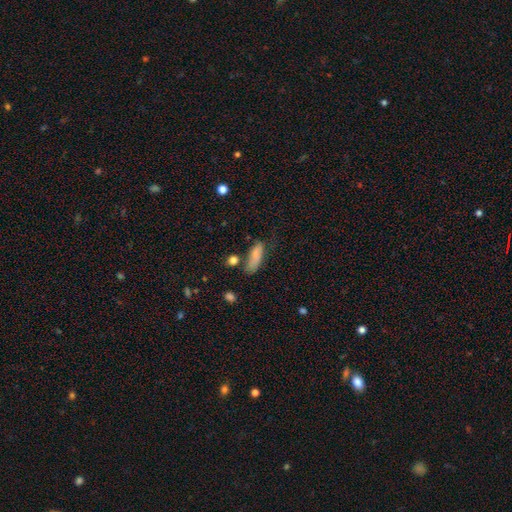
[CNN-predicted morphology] A smooth galaxy with no disk features (79%) that is in between round and cigar-shaped (62%).

Vote fractions:
- Smooth or featured? smooth: 79% / featured or disk: 13% / star or artifact: 8%
- How rounded? in between: 62% / cigar-shaped: 35% / round: 3%
- Merging? none: 50% / minor disturbance: 29% / major disturbance: 12% / merger: 9%